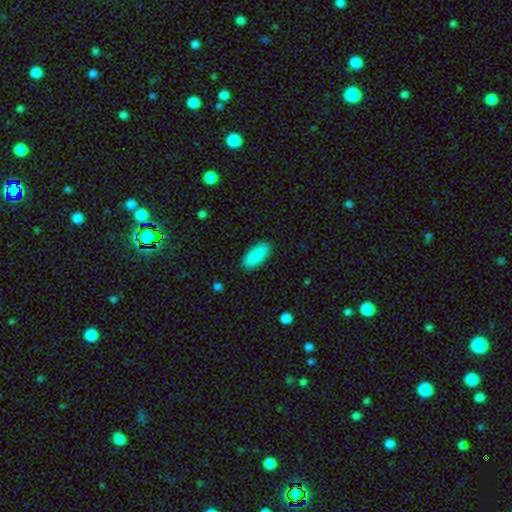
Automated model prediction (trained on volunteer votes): smooth_or_featured: smooth (p=0.90) [alt: star or artifact p=0.06]
how_rounded: in between (p=0.88) [alt: cigar-shaped p=0.10]
merging: none (p=0.88) [alt: minor disturbance p=0.09]